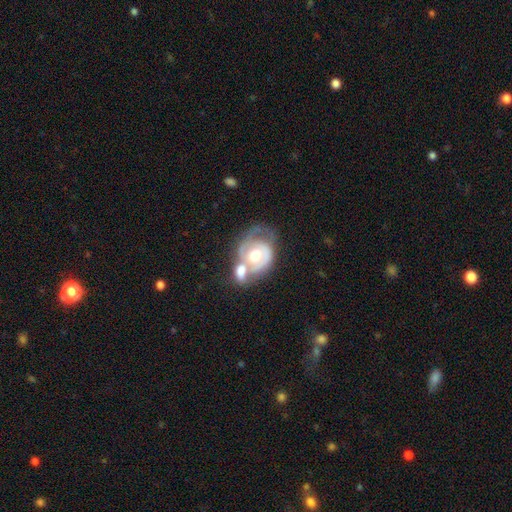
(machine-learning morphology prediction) Q: Smooth or featured?
A: featured or disk (70%); runner-up: smooth (25%)
Q: Edge-on disk?
A: no (97%); runner-up: yes (3%)
Q: Bar?
A: no (72%); runner-up: weak (23%)
Q: Spiral arms?
A: yes (68%); runner-up: no (32%)
Q: Bulge size?
A: moderate (65%); runner-up: large (19%)
Q: Merging?
A: merger (56%); runner-up: none (18%)